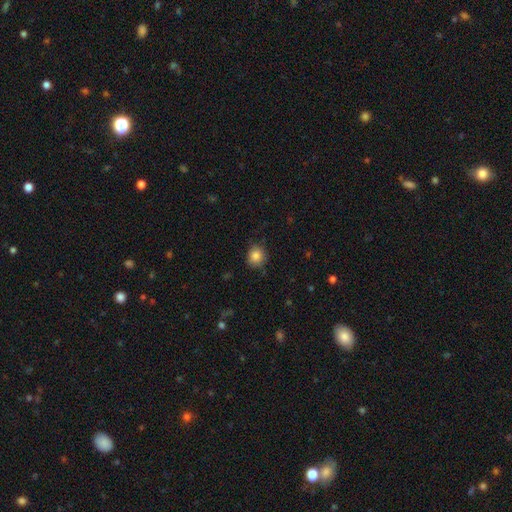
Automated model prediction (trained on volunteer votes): smooth_or_featured: smooth (p=0.85) [alt: star or artifact p=0.10]
how_rounded: round (p=0.82) [alt: in between p=0.17]
merging: none (p=0.81) [alt: minor disturbance p=0.15]